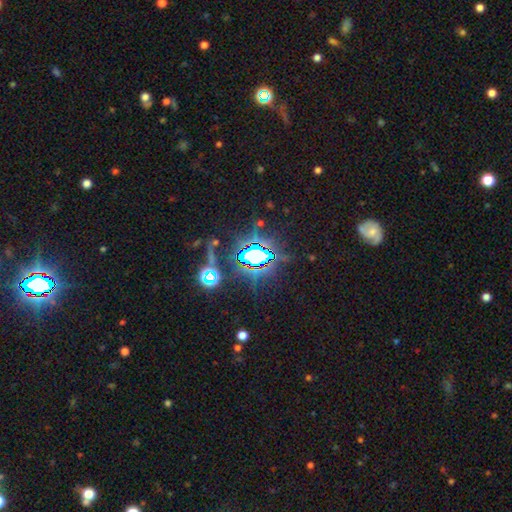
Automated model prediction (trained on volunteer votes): Overall: star or artifact (76%).